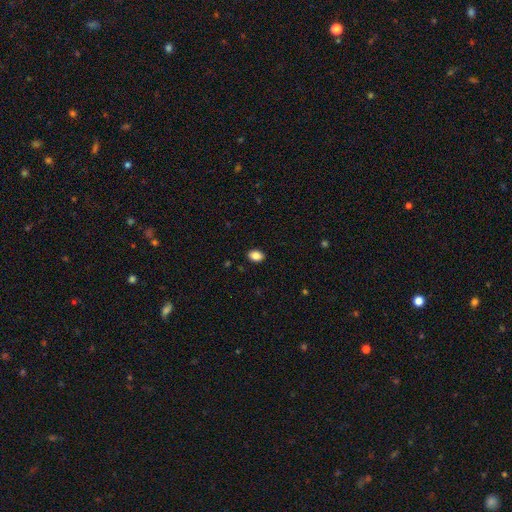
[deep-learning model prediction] Smooth or featured? smooth (87%)
How rounded? in between (78%)
Merging? none (90%)